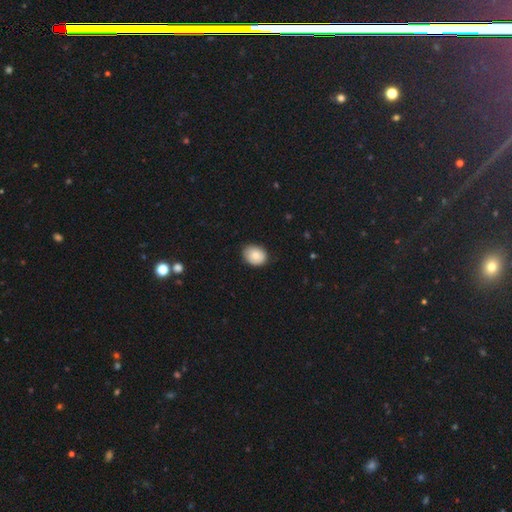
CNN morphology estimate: Overall: smooth (84%). How rounded: round (53%; in between 46%). Merging: none (82%).